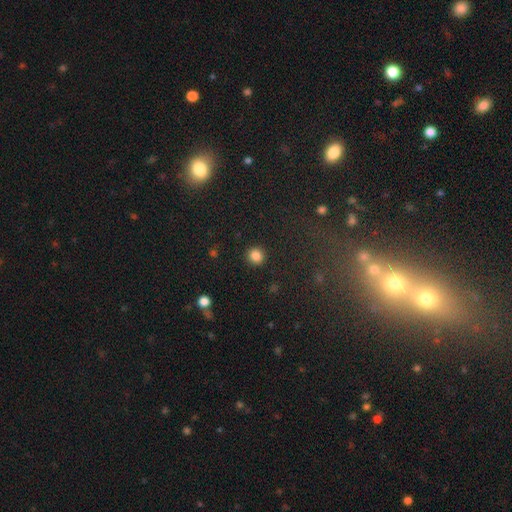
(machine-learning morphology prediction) smooth_or_featured: smooth (p=0.86) [alt: star or artifact p=0.11]
how_rounded: round (p=0.90) [alt: in between p=0.09]
merging: none (p=0.91) [alt: minor disturbance p=0.05]